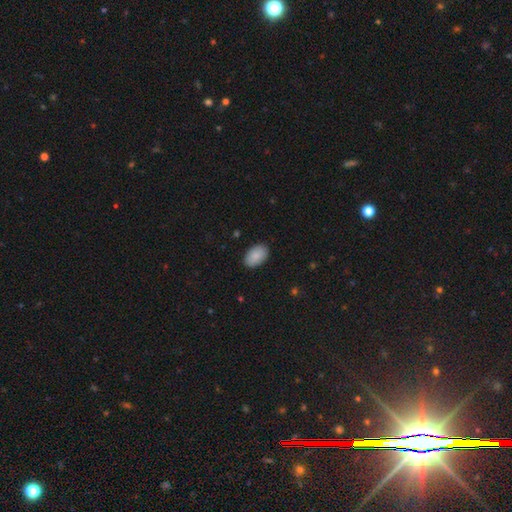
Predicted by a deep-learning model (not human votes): smooth-or-featured: smooth: 89% | star or artifact: 6% | featured or disk: 5%
  how-rounded: in between: 93% | round: 5% | cigar-shaped: 1%
  merging: none: 88% | minor disturbance: 9% | major disturbance: 2% | merger: 1%